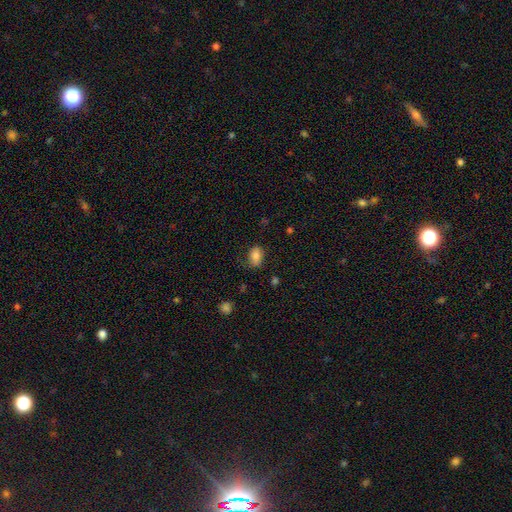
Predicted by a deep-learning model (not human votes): This is clearly a smooth galaxy (81%). How rounded: clearly in between (81%). Merging: likely none (69%).